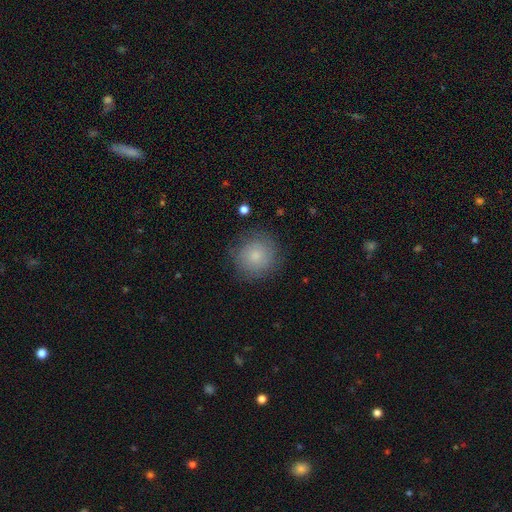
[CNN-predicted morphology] type=smooth (77%); roundness=round (93%); merging=none (80%).